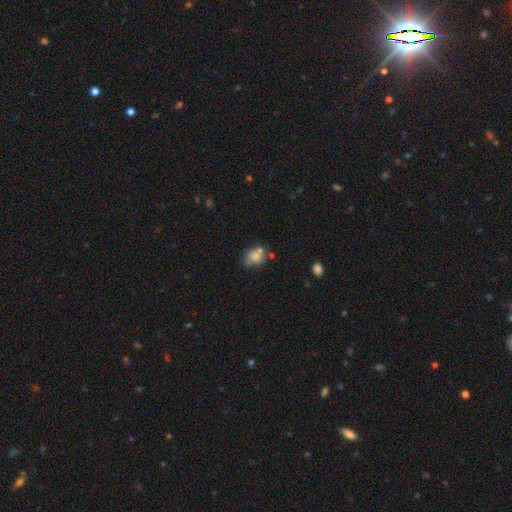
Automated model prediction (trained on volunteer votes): Q: Smooth or featured?
A: smooth (68%); runner-up: featured or disk (20%)
Q: How rounded?
A: round (52%); runner-up: in between (47%)
Q: Merging?
A: none (48%); runner-up: merger (24%)